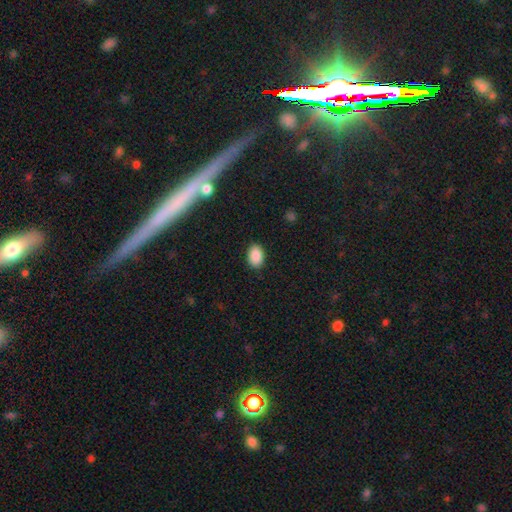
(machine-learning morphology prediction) Smooth or featured?
  - smooth: 89% *
  - star or artifact: 8%
  - featured or disk: 3%
How rounded?
  - in between: 85% *
  - round: 14%
  - cigar-shaped: 1%
Merging?
  - none: 88% *
  - minor disturbance: 9%
  - major disturbance: 2%
  - merger: 1%